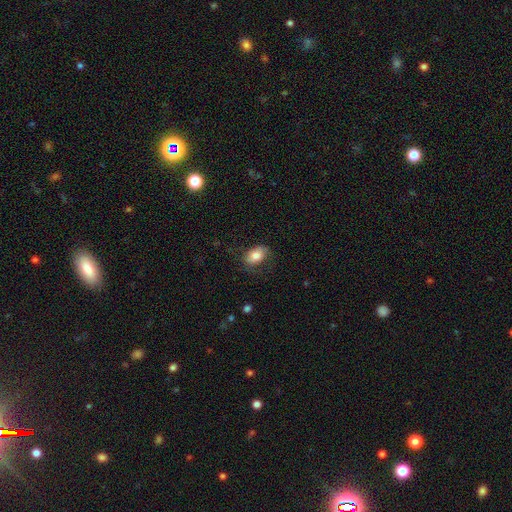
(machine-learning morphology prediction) smooth-or-featured: smooth: 76% | featured or disk: 16% | star or artifact: 8%
  how-rounded: in between: 84% | round: 14% | cigar-shaped: 1%
  merging: none: 68% | minor disturbance: 21% | major disturbance: 10% | merger: 1%